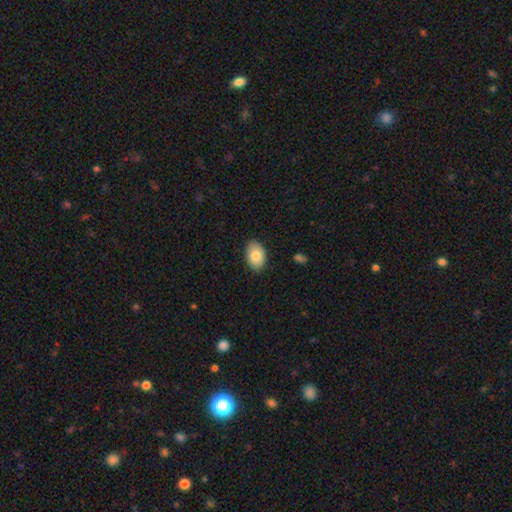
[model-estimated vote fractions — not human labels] A smooth galaxy with no disk features (82%) that is in between round and cigar-shaped (88%).

Vote fractions:
- Smooth or featured? smooth: 82% / featured or disk: 11% / star or artifact: 7%
- How rounded? in between: 88% / round: 11% / cigar-shaped: 1%
- Merging? none: 85% / minor disturbance: 12% / major disturbance: 2% / merger: 1%